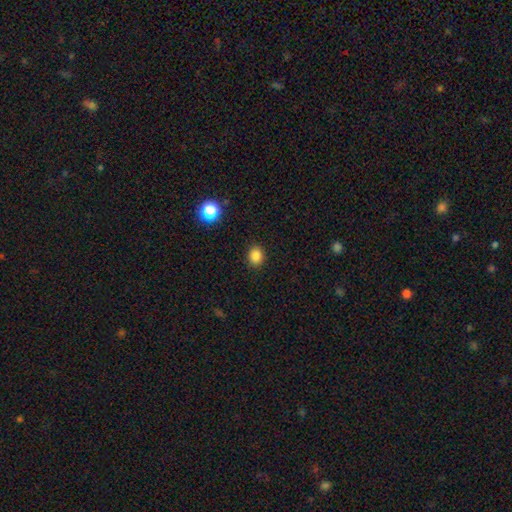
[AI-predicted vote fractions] This appears to be a smooth galaxy with no disk features (84%) that is round (69%). Merging: none (90%).